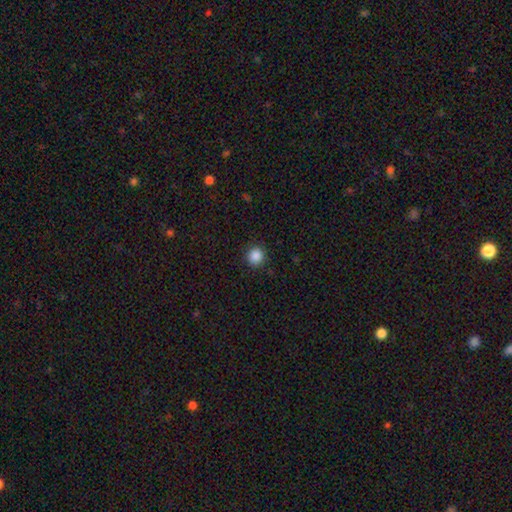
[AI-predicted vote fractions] smooth_or_featured: smooth (p=0.87) [alt: star or artifact p=0.10]
how_rounded: round (p=0.91) [alt: in between p=0.08]
merging: none (p=0.91) [alt: minor disturbance p=0.06]